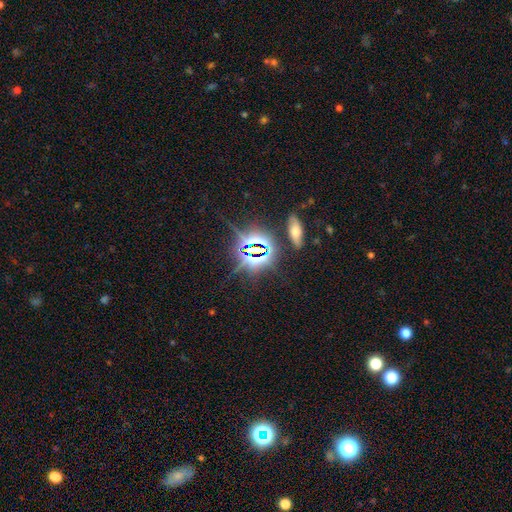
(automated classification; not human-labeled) star or artifact 75%, smooth 16%, featured or disk 10%.